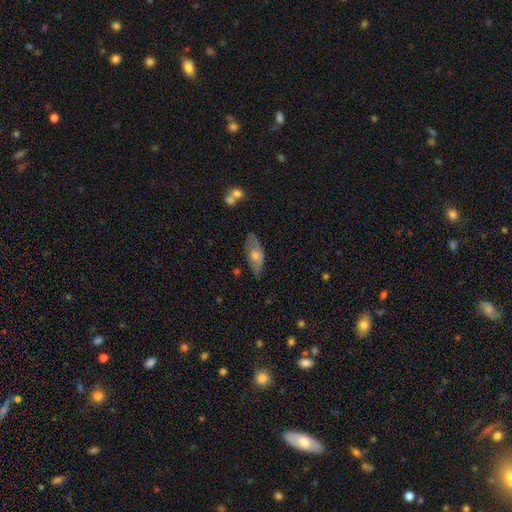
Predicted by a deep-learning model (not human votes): A featured or disk galaxy (48%).

Vote fractions:
- Smooth or featured? featured or disk: 48% / smooth: 45% / star or artifact: 8%
- Merging? none: 70% / minor disturbance: 22% / major disturbance: 5% / merger: 3%